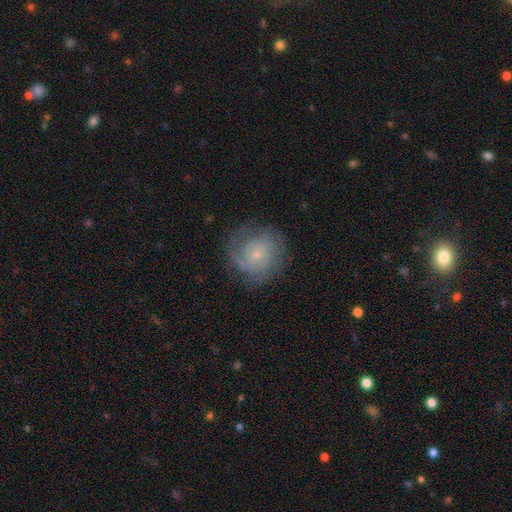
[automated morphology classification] featured or disk 72%, smooth 20%, star or artifact 7%. Down the decision tree: edge-on disk — no (98%); bar — no (76%); spiral arms — yes (92%); spiral arm count — can't tell (35%); spiral winding — tight (61%); bulge size — small (77%); merging — none (75%).